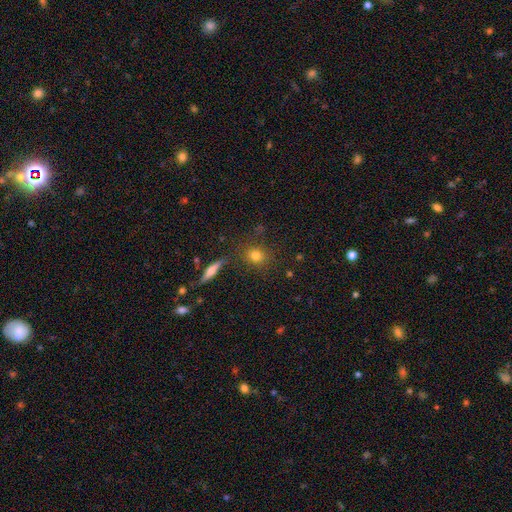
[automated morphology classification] Smooth or featured?
  - smooth: 77% *
  - star or artifact: 13%
  - featured or disk: 11%
How rounded?
  - round: 69% *
  - in between: 27%
  - cigar-shaped: 3%
Merging?
  - none: 81% *
  - minor disturbance: 11%
  - merger: 5%
  - major disturbance: 4%